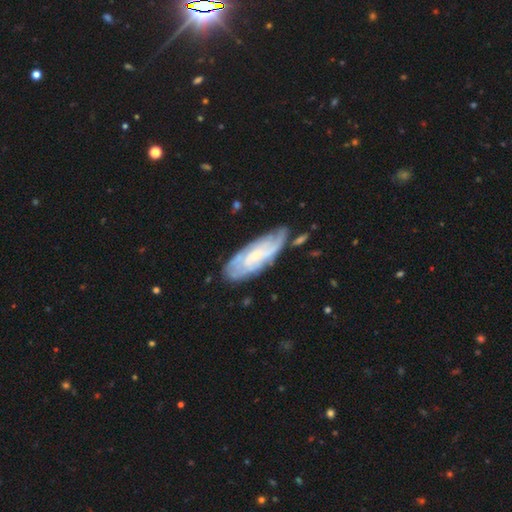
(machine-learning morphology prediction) This is likely a featured or disk galaxy (71%). It is clearly not viewed edge-on (86%). Bar: possibly no (56%). Spiral arm pattern: clearly yes (88%). Spiral arm count: possibly can't tell (52%). Spiral winding: possibly tight (55%). Central bulge: possibly small (56%). Merging: likely none (64%).